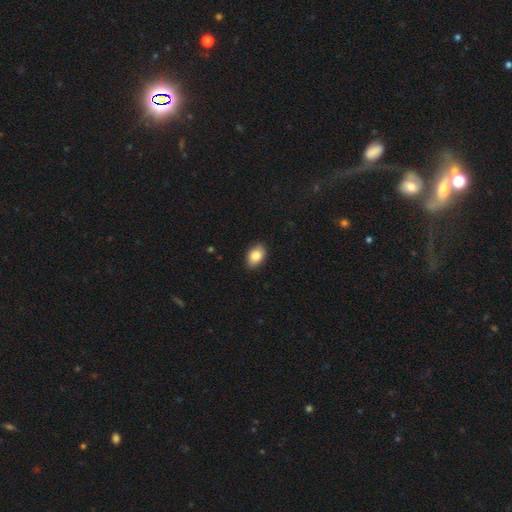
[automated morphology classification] This is clearly a smooth galaxy (85%). How rounded: clearly in between (85%). Merging: clearly none (87%).